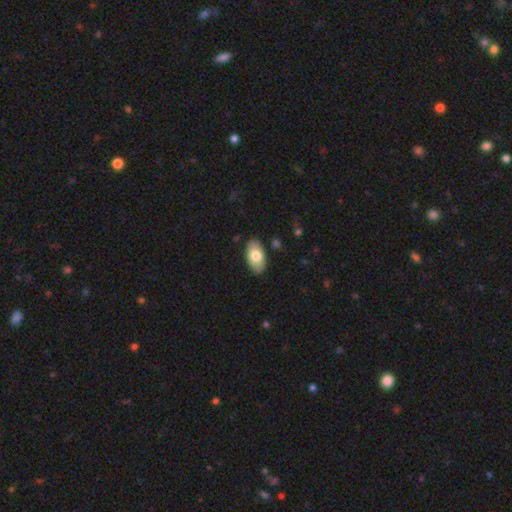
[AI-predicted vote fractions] Morphology: type=smooth (75%); roundness=in between (95%); merging=none (87%).